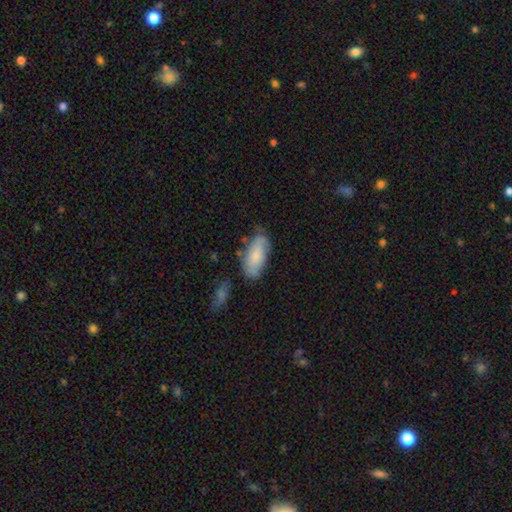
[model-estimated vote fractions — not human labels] A smooth galaxy with no disk features (70%) that is in between round and cigar-shaped (88%).

Vote fractions:
- Smooth or featured? smooth: 70% / featured or disk: 24% / star or artifact: 6%
- How rounded? in between: 88% / cigar-shaped: 9% / round: 2%
- Merging? none: 61% / minor disturbance: 27% / major disturbance: 7% / merger: 5%